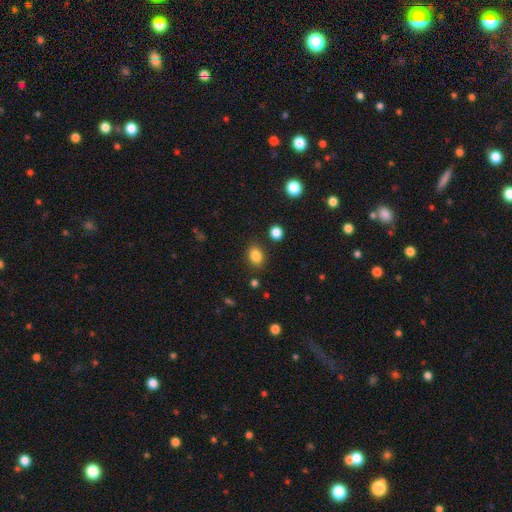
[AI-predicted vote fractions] Overall: smooth (85%). How rounded: in between (61%; round 37%). Merging: none (84%).